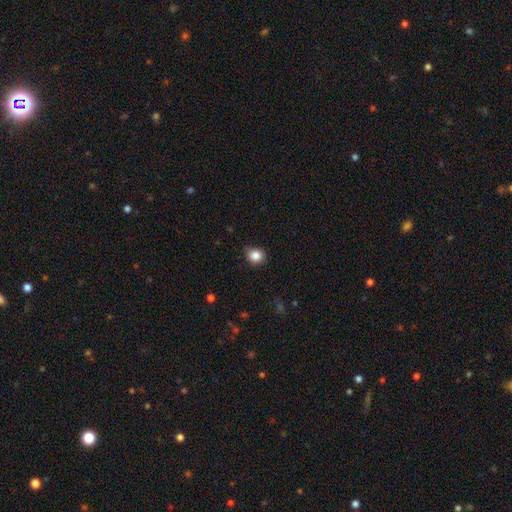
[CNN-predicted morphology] The model was most divided on "merging": none: 79%, minor disturbance: 17%, major disturbance: 3%, merger: 1%. More confident: smooth or featured — smooth (85%); how rounded — round (81%).